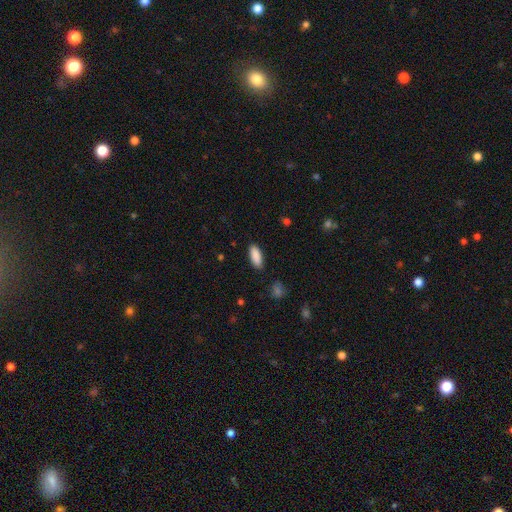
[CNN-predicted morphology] smooth-or-featured: smooth: 89% | star or artifact: 6% | featured or disk: 4%
  how-rounded: in between: 76% | cigar-shaped: 22% | round: 2%
  merging: none: 88% | minor disturbance: 9% | major disturbance: 2% | merger: 1%